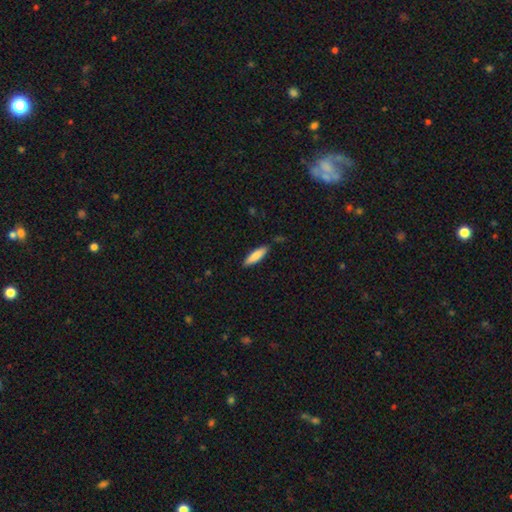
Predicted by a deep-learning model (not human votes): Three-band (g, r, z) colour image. It shows a smooth galaxy with no disk features (82%) that is cigar-shaped (64%). Merging: none (84%).